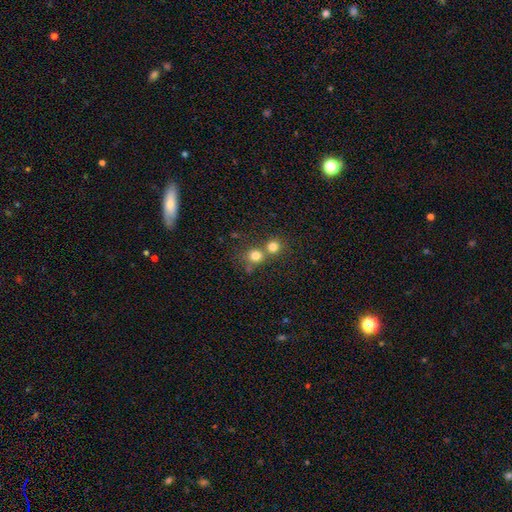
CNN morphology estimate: Smooth or featured? smooth (77%)
How rounded? round (88%)
Merging? none (48%)